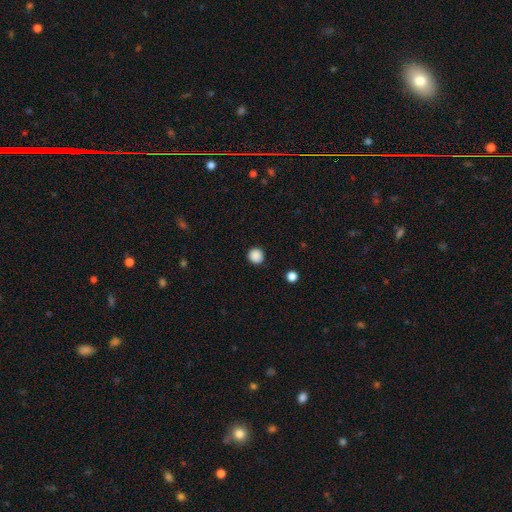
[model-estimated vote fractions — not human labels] This is clearly a smooth galaxy (88%). How rounded: clearly round (92%). Merging: clearly none (91%).